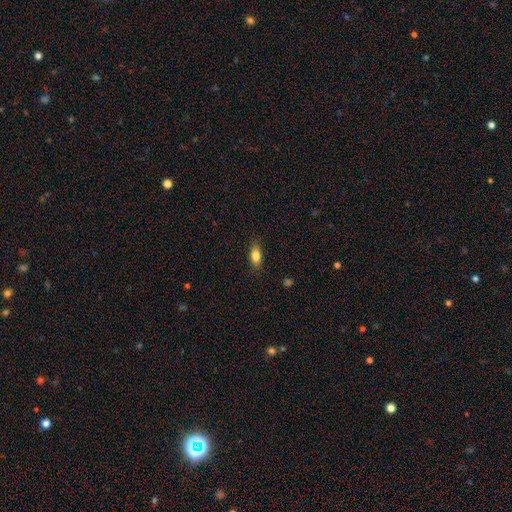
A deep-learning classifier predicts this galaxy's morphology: Overall: smooth (83%). How rounded: in between (83%). Merging: none (84%).